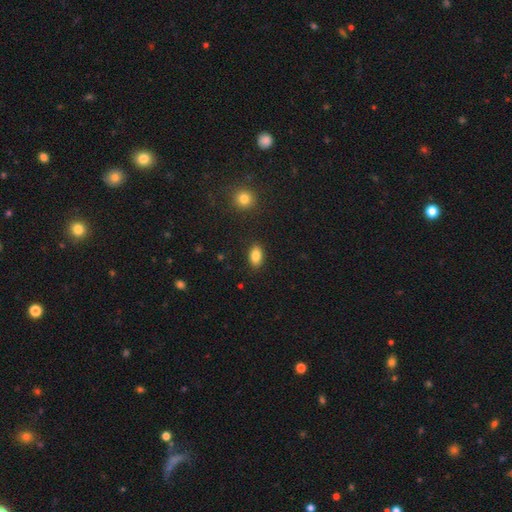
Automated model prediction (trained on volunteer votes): smooth 84%, star or artifact 9%, featured or disk 8%. Down the decision tree: how rounded — in between (89%); merging — none (88%).